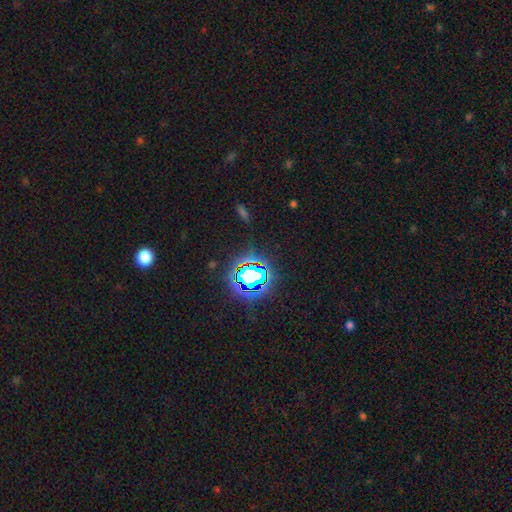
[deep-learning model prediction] The model was most divided on "smooth or featured": star or artifact: 82%, smooth: 12%, featured or disk: 7%.